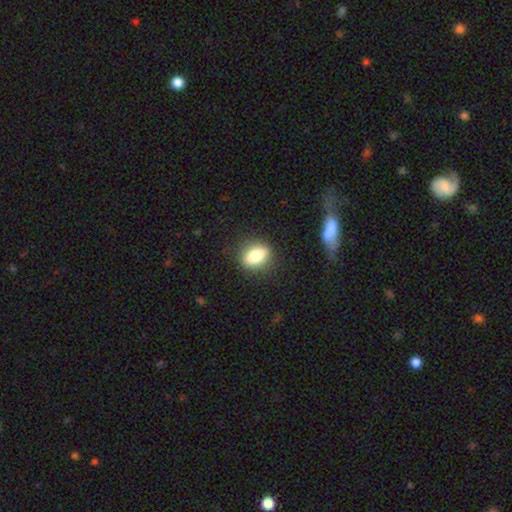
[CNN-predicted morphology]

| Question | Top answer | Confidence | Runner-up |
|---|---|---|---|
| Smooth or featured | smooth | 78% | featured or disk (13%) |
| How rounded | in between | 65% | round (32%) |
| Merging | none | 85% | minor disturbance (11%) |